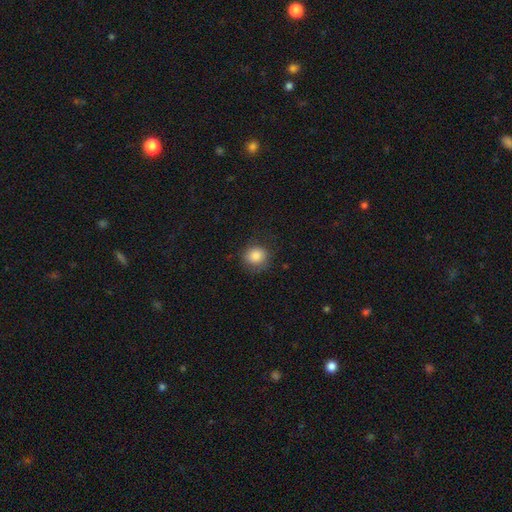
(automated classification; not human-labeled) smooth-or-featured: smooth: 85% | star or artifact: 9% | featured or disk: 6%
  how-rounded: round: 86% | in between: 13% | cigar-shaped: 1%
  merging: none: 78% | minor disturbance: 15% | major disturbance: 6% | merger: 1%